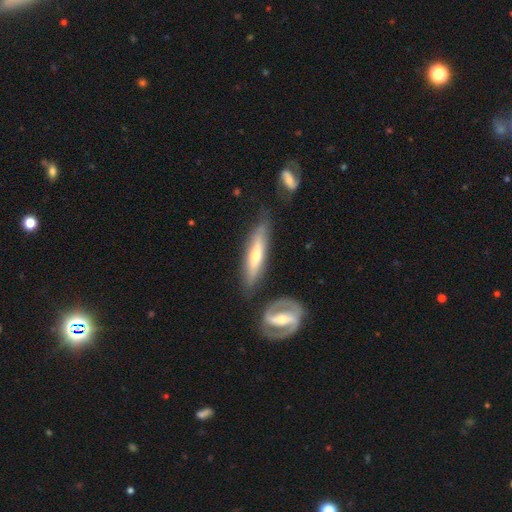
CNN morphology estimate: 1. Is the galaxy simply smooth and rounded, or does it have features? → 61% featured or disk, 33% smooth, 6% star or artifact.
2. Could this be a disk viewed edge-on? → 67% yes, 33% no.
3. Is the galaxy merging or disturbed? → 70% none, 18% minor disturbance, 7% merger, 5% major disturbance.